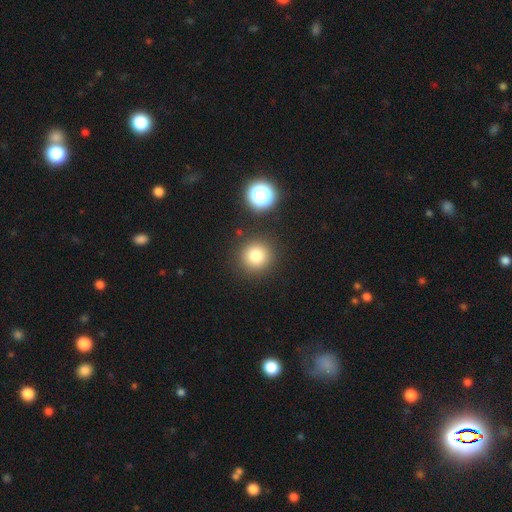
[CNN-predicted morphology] A smooth galaxy with no disk features (80%) that is round (94%). Merging: none (87%).